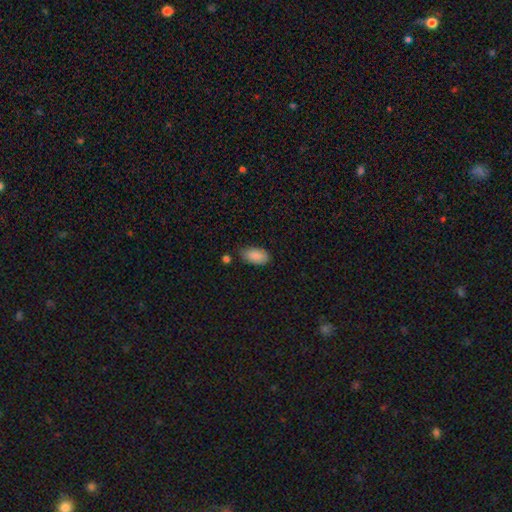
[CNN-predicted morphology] smooth-or-featured: smooth: 88% | star or artifact: 7% | featured or disk: 5%
  how-rounded: in between: 94% | round: 3% | cigar-shaped: 3%
  merging: none: 74% | minor disturbance: 19% | major disturbance: 3% | merger: 3%